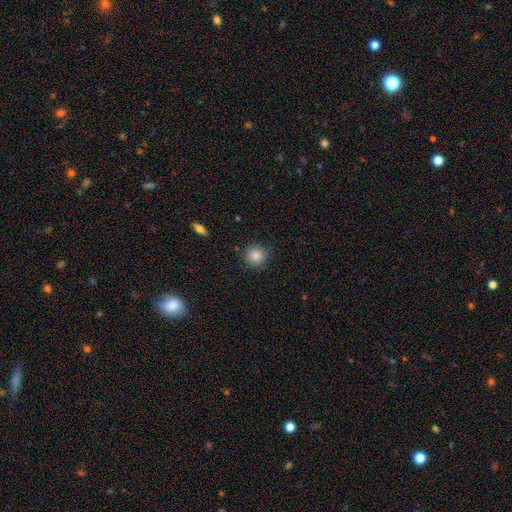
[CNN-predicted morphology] The model was most divided on "smooth or featured": smooth: 85%, star or artifact: 10%, featured or disk: 6%. More confident: how rounded — round (93%); merging — none (88%).